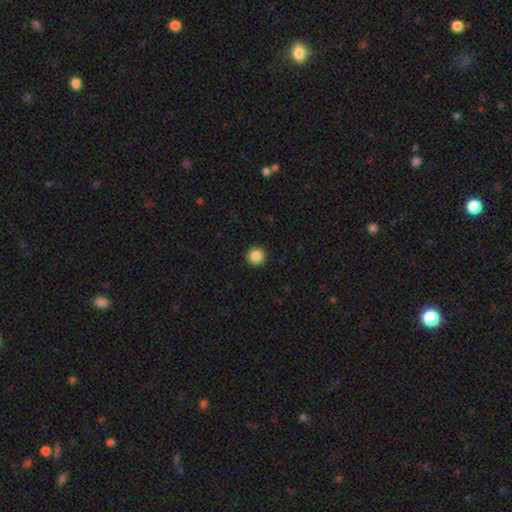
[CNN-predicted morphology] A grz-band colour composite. It shows a smooth galaxy with no disk features (87%) that is round (96%). Merging: none (93%).